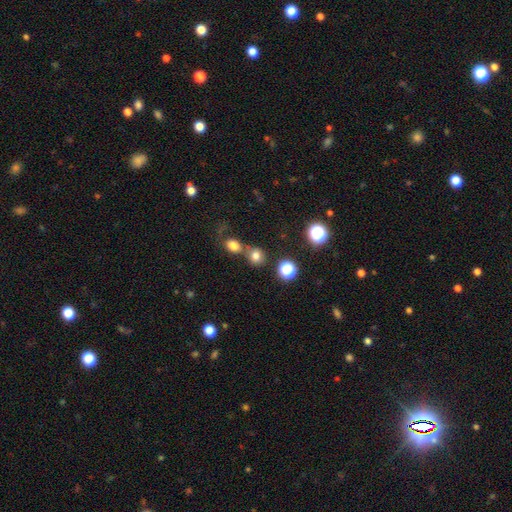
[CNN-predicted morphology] Overall: smooth (75%). How rounded: round (80%). Merging: none (55%; merger 33%).